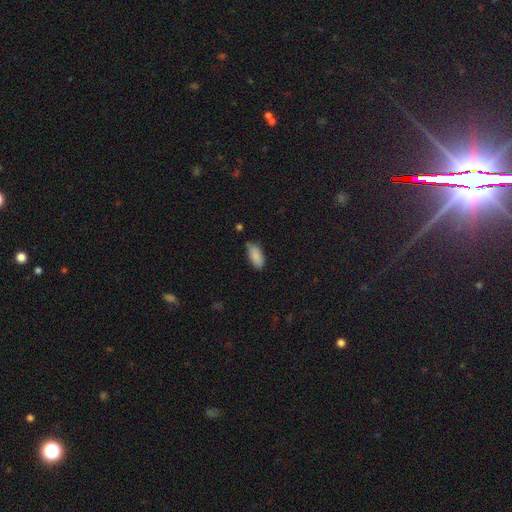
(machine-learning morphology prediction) Smooth or featured? smooth (87%)
How rounded? in between (88%)
Merging? none (61%)